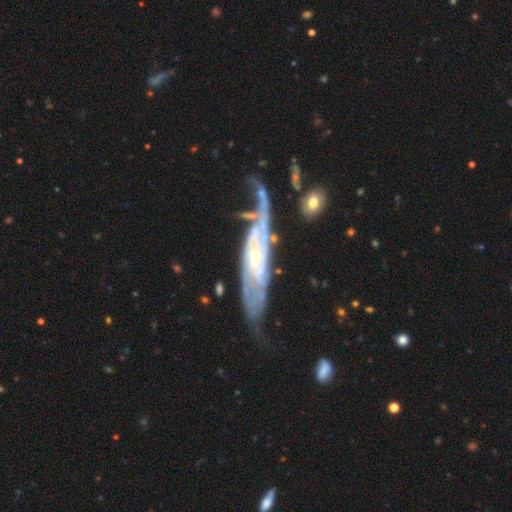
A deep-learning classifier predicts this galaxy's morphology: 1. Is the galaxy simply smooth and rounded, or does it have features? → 87% featured or disk, 8% smooth, 6% star or artifact.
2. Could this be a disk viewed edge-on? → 77% no, 23% yes.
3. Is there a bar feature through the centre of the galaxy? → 57% no, 30% weak, 13% strong.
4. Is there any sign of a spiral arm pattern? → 92% yes, 8% no.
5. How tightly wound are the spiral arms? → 54% tight, 33% medium, 13% loose.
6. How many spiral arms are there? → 44% can't tell, 31% 2, 11% 3, 5% 4, 5% 1, 4% more than 4.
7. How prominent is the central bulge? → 62% small, 33% moderate, 2% large, 2% none, 1% dominant.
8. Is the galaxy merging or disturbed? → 48% none, 24% minor disturbance, 20% major disturbance, 8% merger.